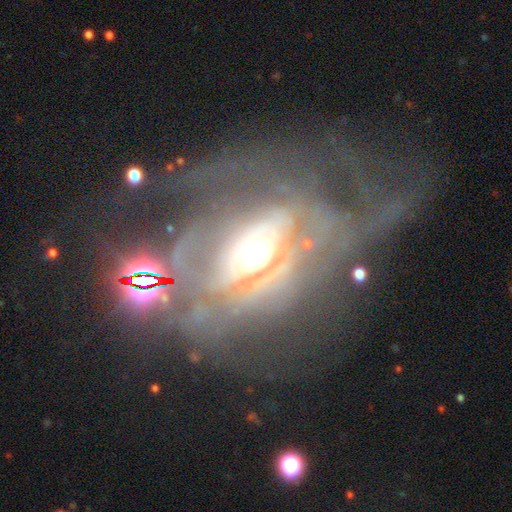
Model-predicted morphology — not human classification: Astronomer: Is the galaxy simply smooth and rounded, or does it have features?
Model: featured or disk — 78%.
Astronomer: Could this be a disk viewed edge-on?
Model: no — 89%.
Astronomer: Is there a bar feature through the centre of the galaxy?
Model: no — 56%.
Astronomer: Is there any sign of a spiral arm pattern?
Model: yes — 52% (runner-up: no, 48%).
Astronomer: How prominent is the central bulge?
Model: moderate — 57%.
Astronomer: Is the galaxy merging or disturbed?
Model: major disturbance — 54%.